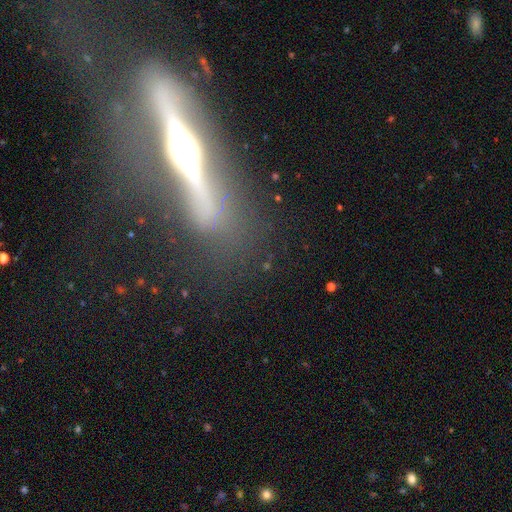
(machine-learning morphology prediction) Smooth or featured: featured or disk — 78% (smooth — 13%)
Edge-on disk: yes — 89% (no — 11%)
Edge-on bulge: rounded — 91% (boxy — 5%)
Merging: none — 74% (minor disturbance — 13%)